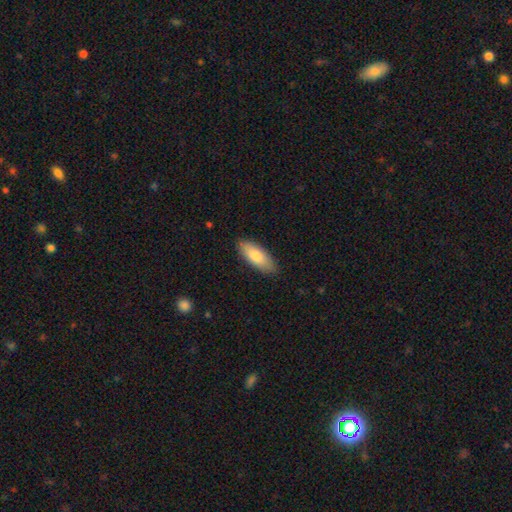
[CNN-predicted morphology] The model was most divided on "how rounded": in between: 78%, cigar-shaped: 21%, round: 2%. More confident: merging — none (87%); smooth or featured — smooth (80%).